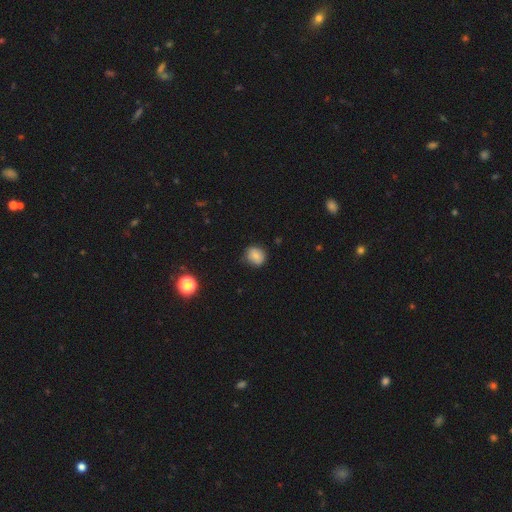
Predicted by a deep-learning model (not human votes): Overall: smooth (79%). How rounded: round (77%). Merging: none (77%).